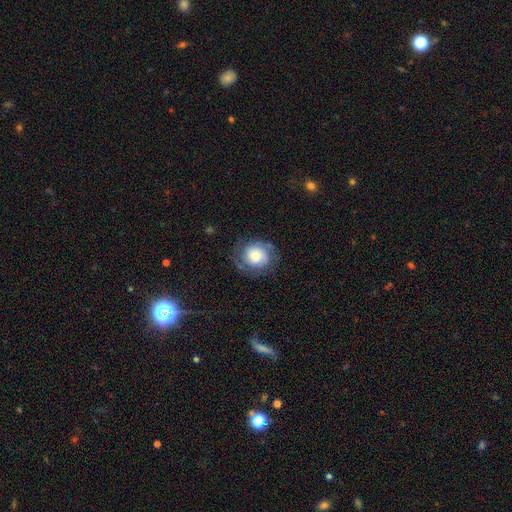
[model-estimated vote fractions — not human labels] The model was most divided on "smooth or featured": featured or disk: 49%, smooth: 42%, star or artifact: 9%. More confident: merging — none (69%).